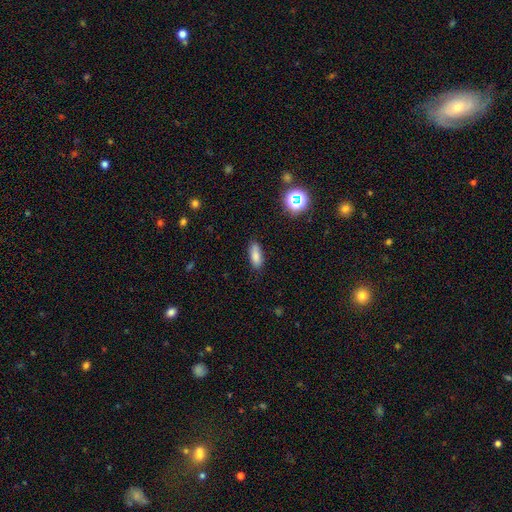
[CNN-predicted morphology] A smooth galaxy with no disk features (83%) that is in between round and cigar-shaped (73%).

Vote fractions:
- Smooth or featured? smooth: 83% / star or artifact: 10% / featured or disk: 7%
- How rounded? in between: 73% / cigar-shaped: 24% / round: 3%
- Merging? none: 84% / minor disturbance: 12% / major disturbance: 3% / merger: 2%